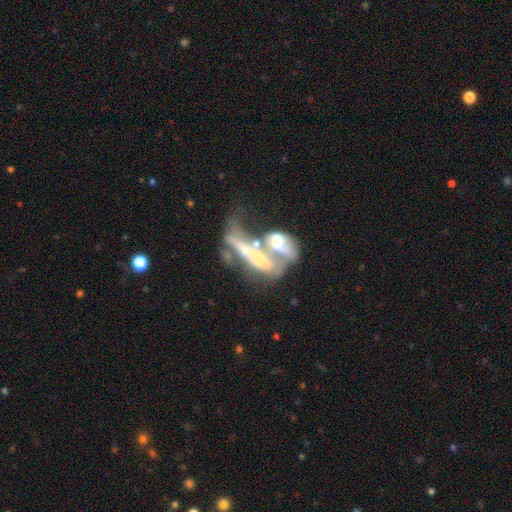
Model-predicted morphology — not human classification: A featured or disk galaxy (59%). Merging: merger (64%).